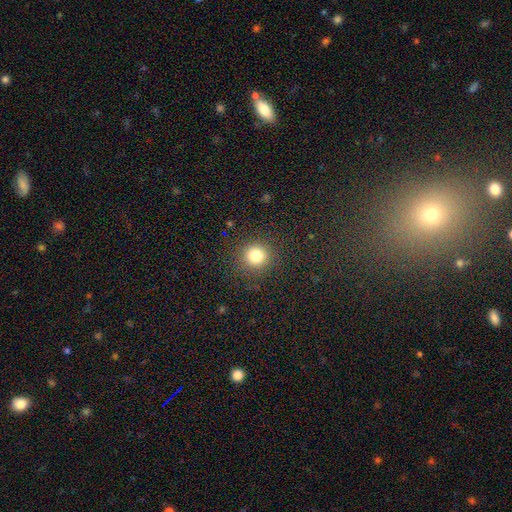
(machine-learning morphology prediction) Smooth or featured? Predicted: smooth (p=0.80). How rounded? Predicted: round (p=0.93). Merging? Predicted: none (p=0.88).